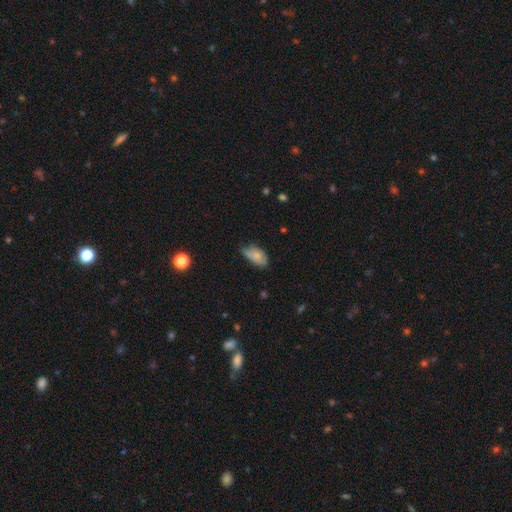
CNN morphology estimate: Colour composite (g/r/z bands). It shows a smooth galaxy with no disk features (75%) that is in between round and cigar-shaped (92%). Merging: none (47%).